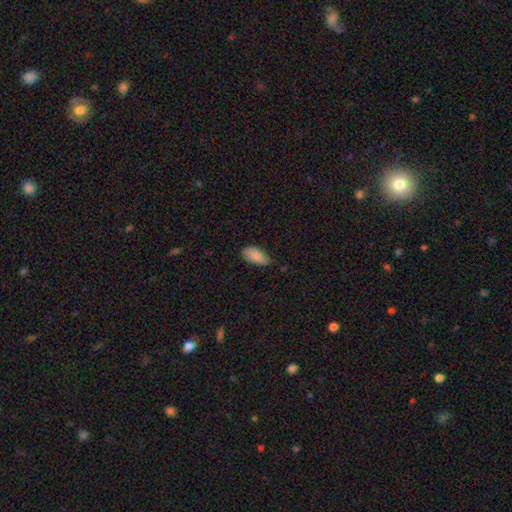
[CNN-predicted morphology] Overall: smooth (86%). How rounded: in between (92%). Merging: none (56%; minor disturbance 37%).